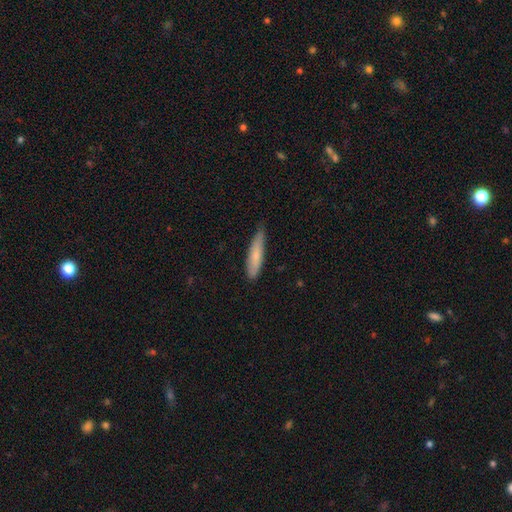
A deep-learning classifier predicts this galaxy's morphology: This appears to be a smooth galaxy with no disk features (76%) that is cigar-shaped (82%). Merging: none (71%).